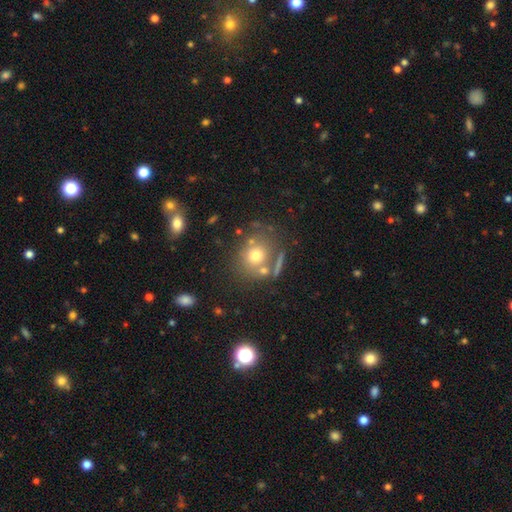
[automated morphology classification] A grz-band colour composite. It shows a smooth galaxy with no disk features (69%) that is round (80%). Merging: none (63%).